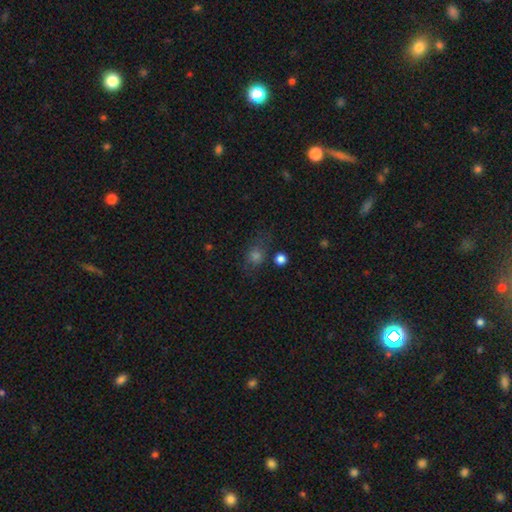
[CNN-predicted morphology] smooth_or_featured: smooth (p=0.62) [alt: star or artifact p=0.25]
how_rounded: round (p=0.58) [alt: in between p=0.39]
merging: none (p=0.64) [alt: minor disturbance p=0.19]